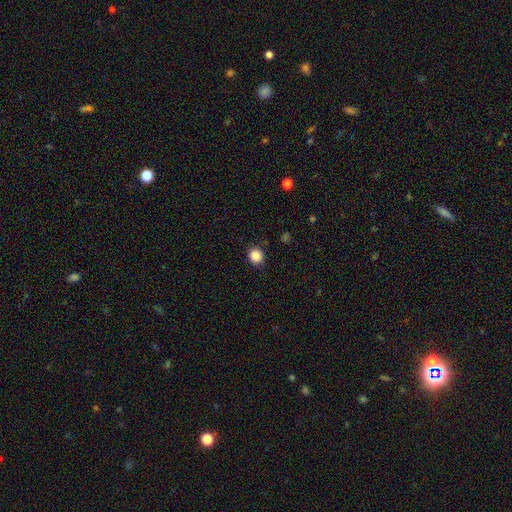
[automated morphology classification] A smooth galaxy with no disk features (87%) that is round (89%).

Vote fractions:
- Smooth or featured? smooth: 87% / star or artifact: 10% / featured or disk: 3%
- How rounded? round: 89% / in between: 10% / cigar-shaped: 1%
- Merging? none: 89% / minor disturbance: 7% / major disturbance: 2% / merger: 1%